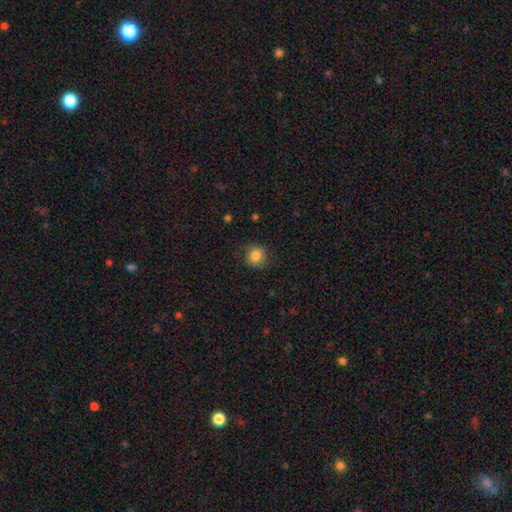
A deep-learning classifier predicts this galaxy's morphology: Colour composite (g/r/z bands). It shows a smooth galaxy with no disk features (84%) that is round (84%). Merging: none (81%).